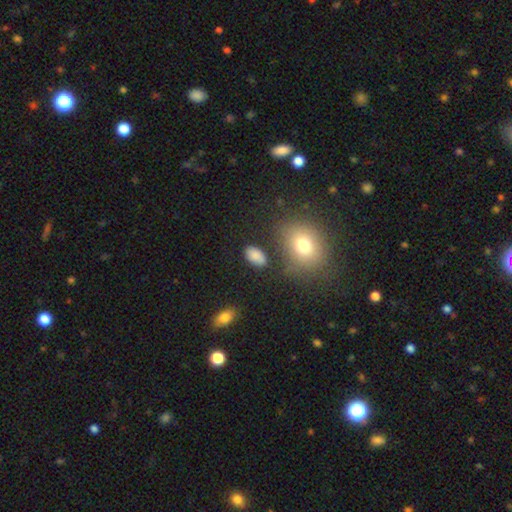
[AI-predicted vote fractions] Overall: smooth (83%). How rounded: in between (90%). Merging: none (79%).